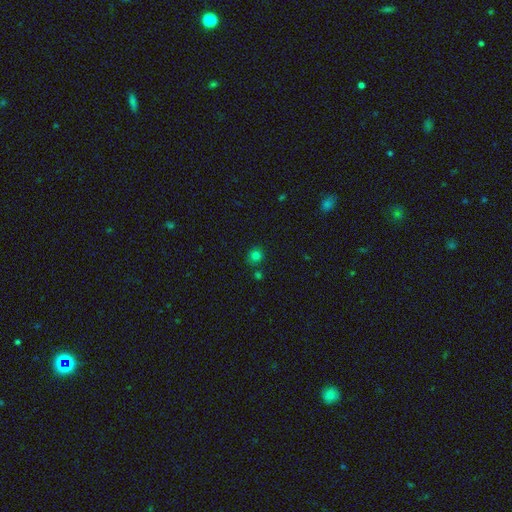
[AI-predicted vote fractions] Morphology: type=smooth (77%); roundness=round (89%); merging=none (80%).